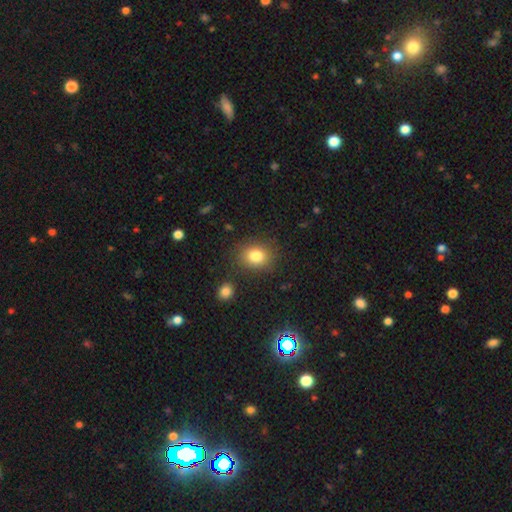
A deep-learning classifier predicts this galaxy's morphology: smooth 82%, star or artifact 11%, featured or disk 8%. Down the decision tree: how rounded — round (54%); merging — none (82%).